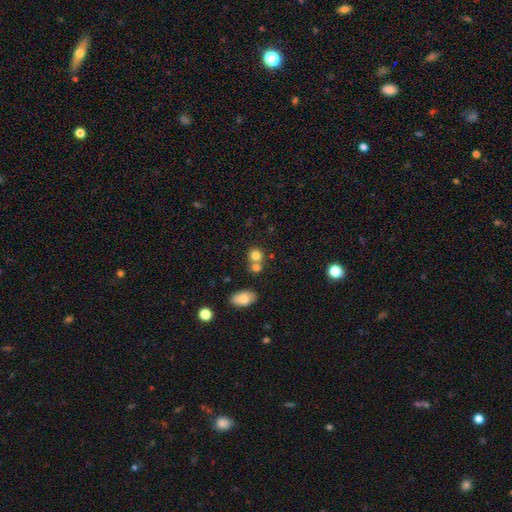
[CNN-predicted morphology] The model was most divided on "merging": none: 52%, merger: 37%, minor disturbance: 8%, major disturbance: 3%. More confident: smooth or featured — smooth (79%); how rounded — round (77%).